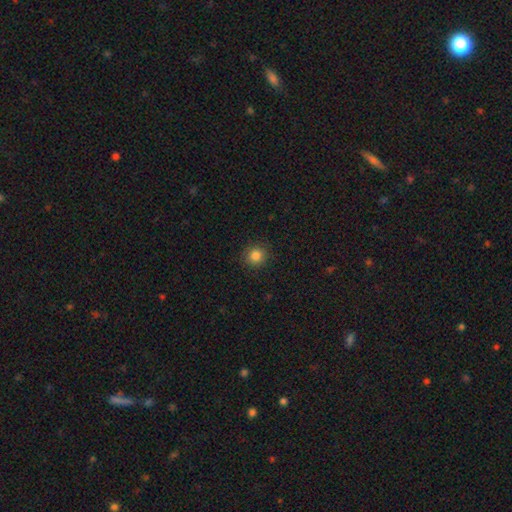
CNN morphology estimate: The model was most divided on "smooth or featured": smooth: 84%, star or artifact: 12%, featured or disk: 5%. More confident: how rounded — round (92%); merging — none (90%).